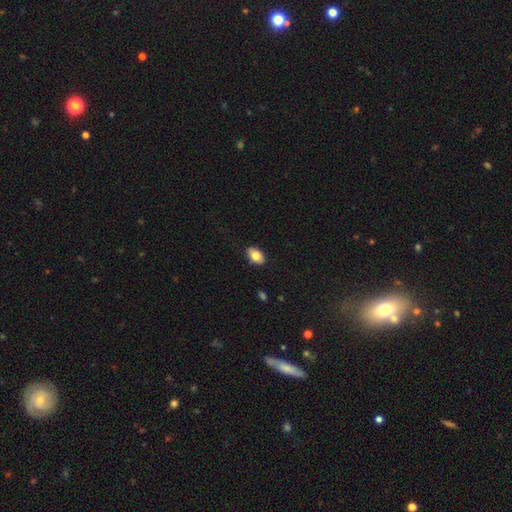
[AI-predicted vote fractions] smooth_or_featured: smooth (p=0.80) [alt: featured or disk p=0.13]
how_rounded: in between (p=0.90) [alt: round p=0.08]
merging: none (p=0.87) [alt: minor disturbance p=0.10]